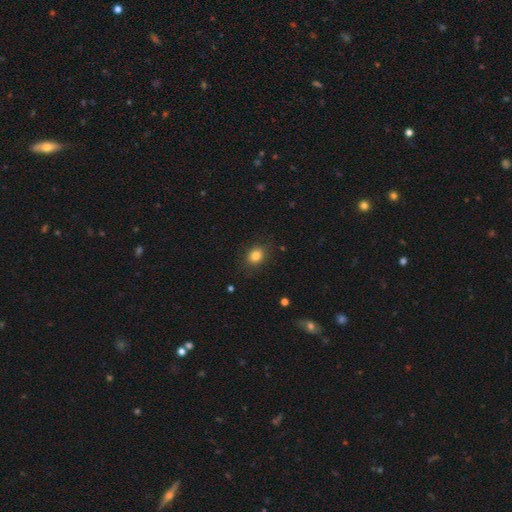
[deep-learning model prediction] smooth_or_featured: smooth (p=0.83) [alt: star or artifact p=0.11]
how_rounded: round (p=0.56) [alt: in between p=0.43]
merging: none (p=0.83) [alt: minor disturbance p=0.12]